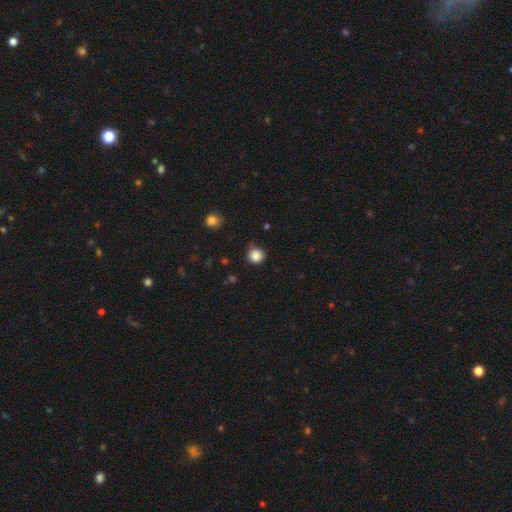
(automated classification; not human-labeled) smooth_or_featured: smooth (p=0.86) [alt: star or artifact p=0.11]
how_rounded: round (p=0.90) [alt: in between p=0.09]
merging: none (p=0.80) [alt: minor disturbance p=0.15]